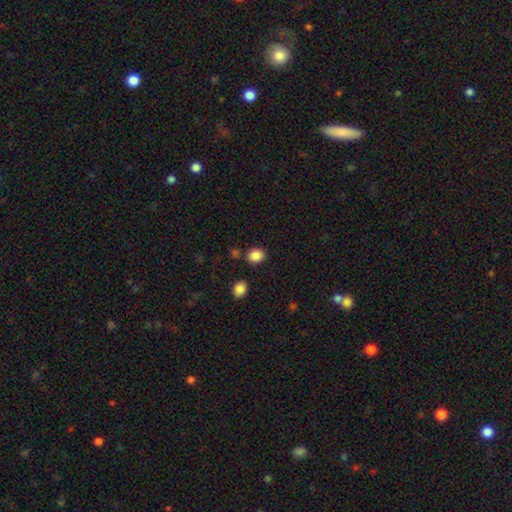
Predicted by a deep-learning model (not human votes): Smooth or featured: smooth — 87% (star or artifact — 10%)
How rounded: round — 60% (in between — 39%)
Merging: none — 82% (minor disturbance — 9%)